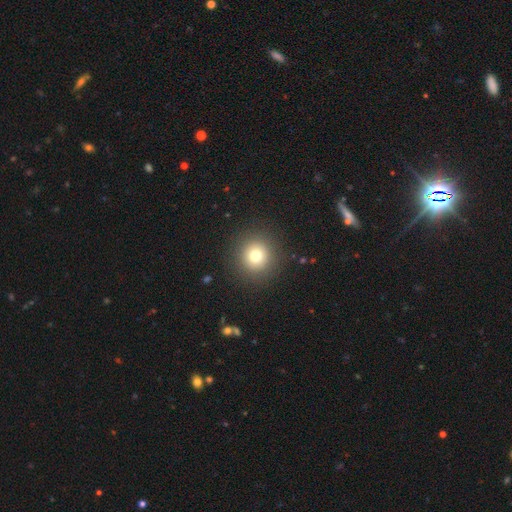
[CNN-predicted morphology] smooth_or_featured: smooth (p=0.75) [alt: star or artifact p=0.14]
how_rounded: round (p=0.94) [alt: in between p=0.05]
merging: none (p=0.91) [alt: minor disturbance p=0.05]